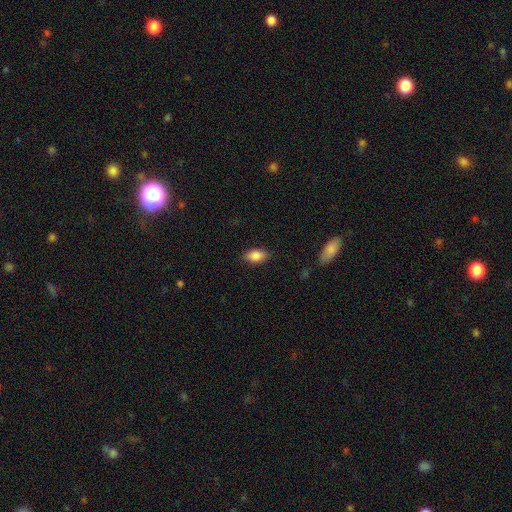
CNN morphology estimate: Overall: smooth (85%). How rounded: in between (89%). Merging: none (84%).